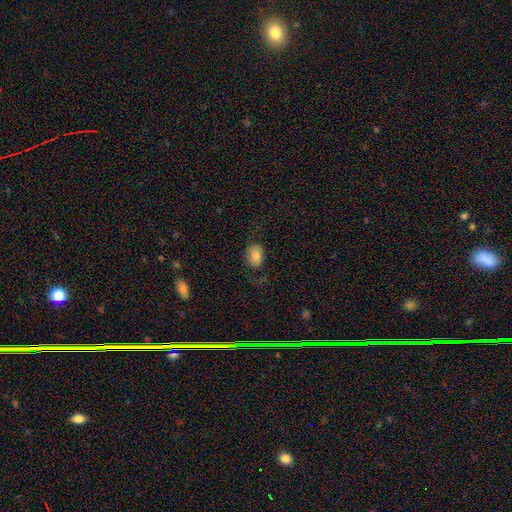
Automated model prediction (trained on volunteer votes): This is clearly a smooth galaxy (81%). How rounded: clearly in between (81%). Merging: likely none (68%).